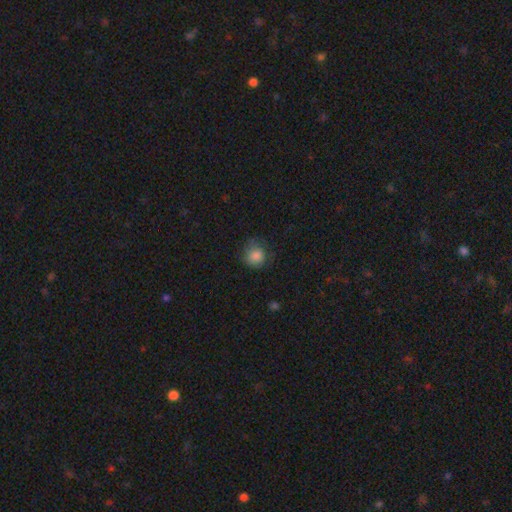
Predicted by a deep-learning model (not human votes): Smooth or featured?
  - smooth: 85% *
  - star or artifact: 9%
  - featured or disk: 6%
How rounded?
  - round: 83% *
  - in between: 16%
  - cigar-shaped: 1%
Merging?
  - none: 65% *
  - minor disturbance: 25%
  - major disturbance: 10%
  - merger: 1%